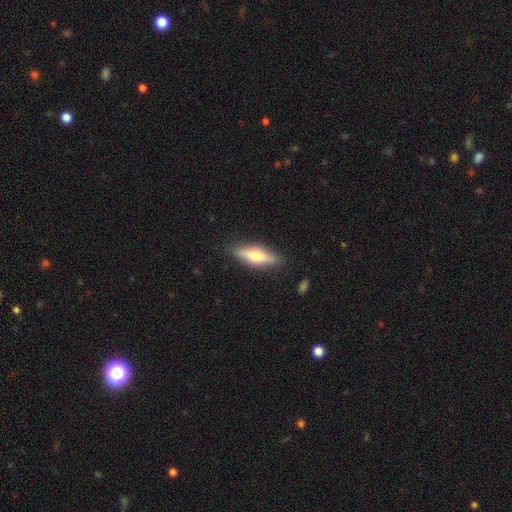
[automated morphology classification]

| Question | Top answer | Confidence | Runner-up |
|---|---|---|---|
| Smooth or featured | smooth | 53% | featured or disk (40%) |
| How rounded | cigar-shaped | 54% | in between (44%) |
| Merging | none | 87% | minor disturbance (10%) |